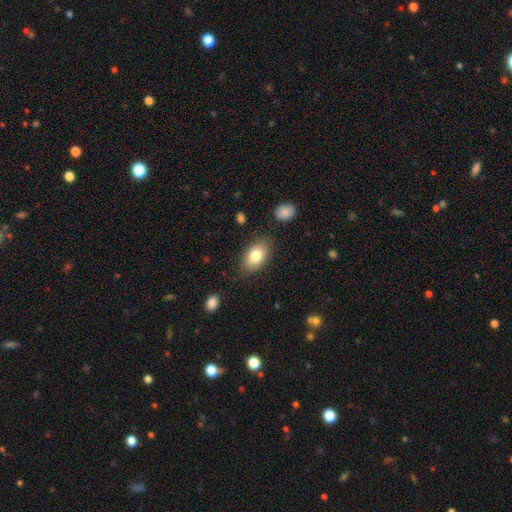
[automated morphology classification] This appears to be a smooth galaxy with no disk features (80%) that is in between round and cigar-shaped (90%). Merging: none (81%).